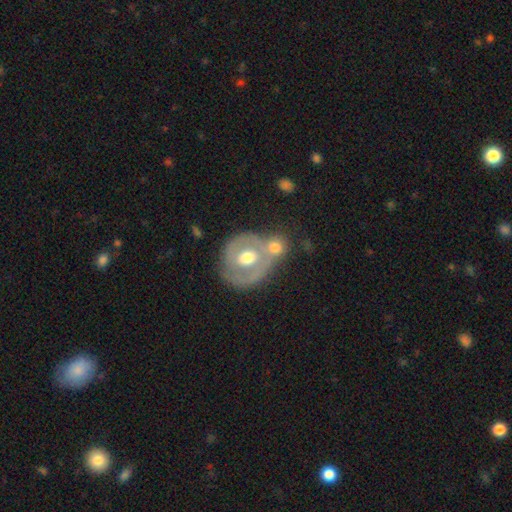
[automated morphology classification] Smooth or featured? Predicted: featured or disk (p=0.66). Edge-on disk? Predicted: no (p=0.96). Bar? Predicted: no (p=0.66). Spiral arms? Predicted: no (p=0.52). Bulge size? Predicted: moderate (p=0.76). Merging? Predicted: none (p=0.45).